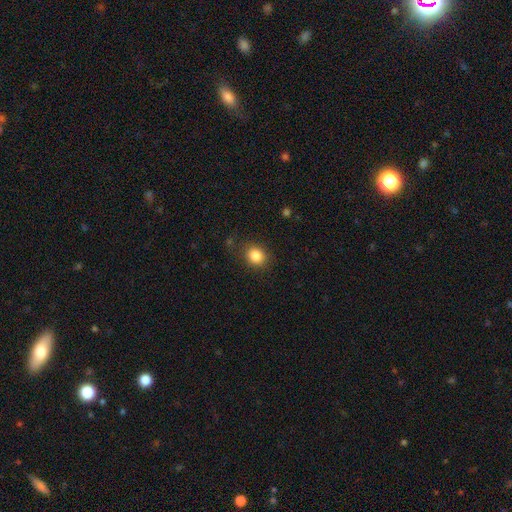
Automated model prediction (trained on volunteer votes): A smooth galaxy with no disk features (85%) that is round (72%).

Vote fractions:
- Smooth or featured? smooth: 85% / star or artifact: 10% / featured or disk: 5%
- How rounded? round: 72% / in between: 27% / cigar-shaped: 1%
- Merging? none: 84% / minor disturbance: 11% / major disturbance: 4% / merger: 2%